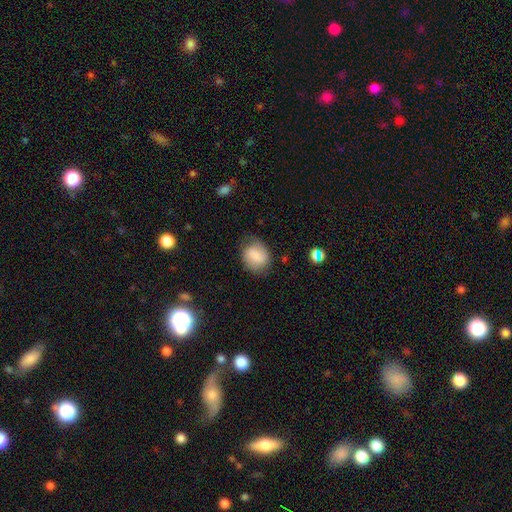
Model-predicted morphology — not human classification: This is likely a smooth galaxy (64%). How rounded: possibly round (53%). Merging: likely none (68%).